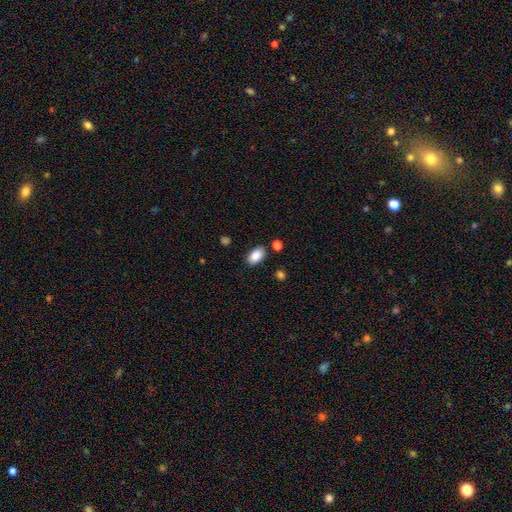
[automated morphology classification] A smooth galaxy with no disk features (88%) that is in between round and cigar-shaped (92%).

Vote fractions:
- Smooth or featured? smooth: 88% / star or artifact: 7% / featured or disk: 4%
- How rounded? in between: 92% / round: 6% / cigar-shaped: 2%
- Merging? none: 84% / minor disturbance: 11% / merger: 3% / major disturbance: 3%